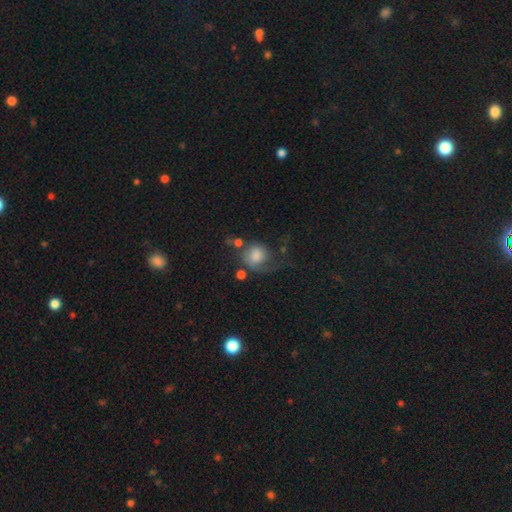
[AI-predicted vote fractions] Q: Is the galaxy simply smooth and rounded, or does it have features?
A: smooth — 61%.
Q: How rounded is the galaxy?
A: round — 68%.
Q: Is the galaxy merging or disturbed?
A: major disturbance — 38%.